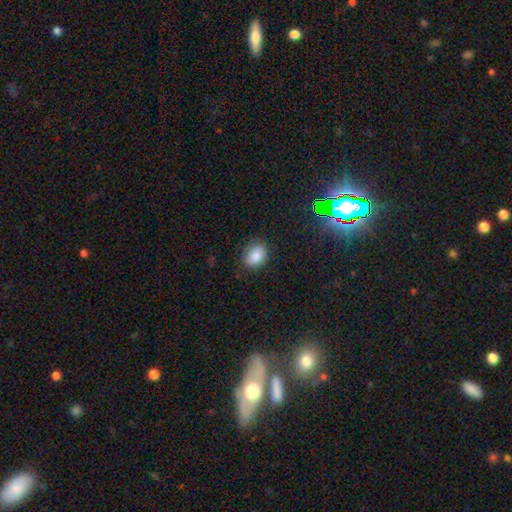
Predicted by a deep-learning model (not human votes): Overall: smooth (86%). How rounded: in between (71%). Merging: none (80%).